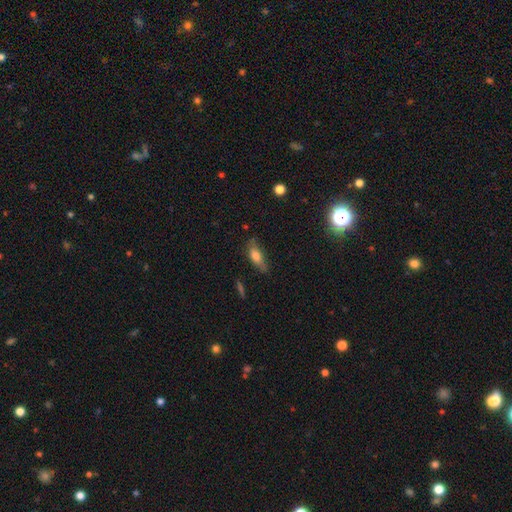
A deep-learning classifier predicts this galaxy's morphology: smooth-or-featured: smooth: 65% | featured or disk: 26% | star or artifact: 9%
  how-rounded: in between: 62% | cigar-shaped: 34% | round: 3%
  merging: none: 61% | minor disturbance: 27% | major disturbance: 9% | merger: 3%